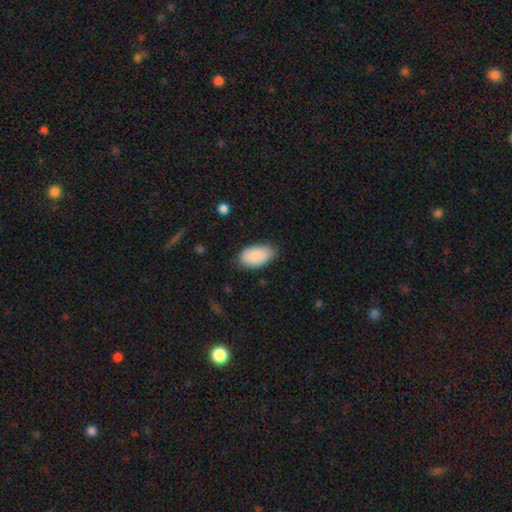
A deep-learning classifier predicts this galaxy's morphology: Overall: smooth (86%). How rounded: in between (95%). Merging: none (74%).